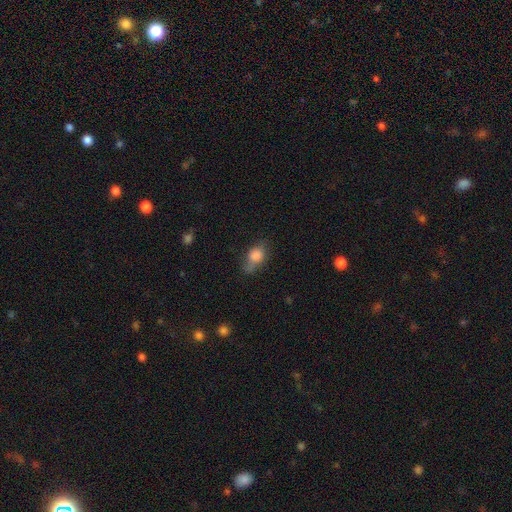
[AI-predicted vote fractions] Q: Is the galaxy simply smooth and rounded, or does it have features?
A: smooth — 79%.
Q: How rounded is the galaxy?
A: in between — 66%.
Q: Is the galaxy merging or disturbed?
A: none — 48%.